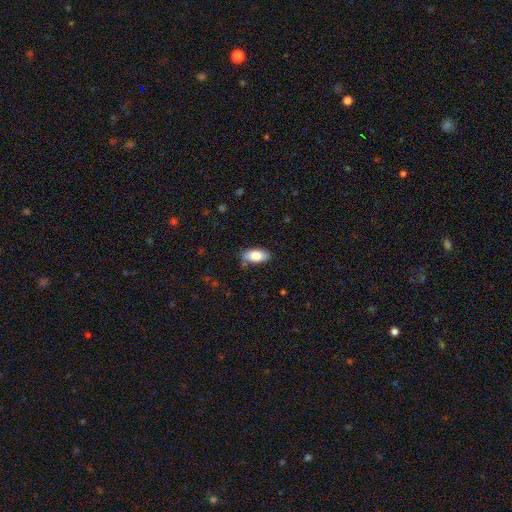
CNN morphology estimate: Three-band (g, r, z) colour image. It shows a smooth galaxy with no disk features (83%) that is in between round and cigar-shaped (89%). Merging: none (83%).